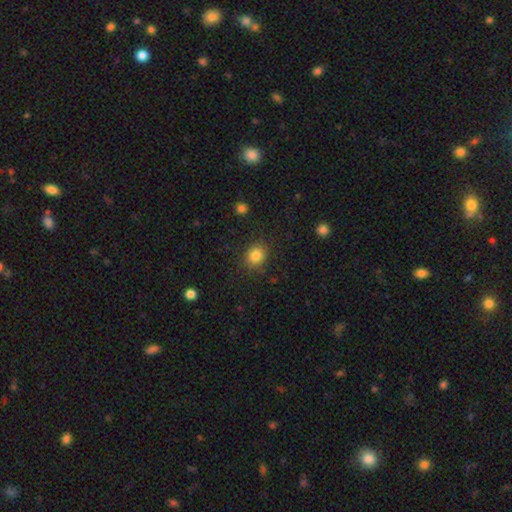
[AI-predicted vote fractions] Q: Smooth or featured?
A: smooth (84%); runner-up: star or artifact (11%)
Q: How rounded?
A: round (69%); runner-up: in between (31%)
Q: Merging?
A: none (85%); runner-up: minor disturbance (10%)